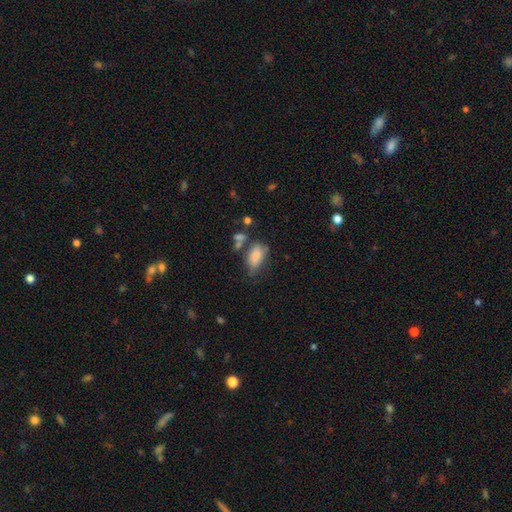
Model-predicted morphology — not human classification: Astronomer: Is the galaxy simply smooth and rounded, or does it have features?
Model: smooth — 79%.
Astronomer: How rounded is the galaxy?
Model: in between — 88%.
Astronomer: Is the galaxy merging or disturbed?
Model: none — 44% (runner-up: minor disturbance, 28%).